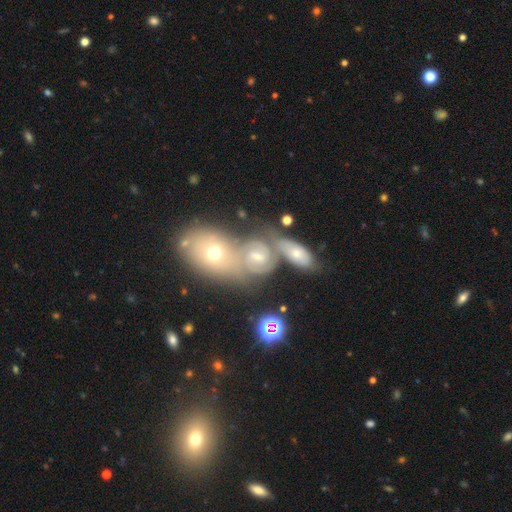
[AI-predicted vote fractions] smooth-or-featured: featured or disk: 51% | smooth: 30% | star or artifact: 19%
  disk-edge-on: no: 90% | yes: 10%
  merging: merger: 44% | none: 38% | minor disturbance: 11% | major disturbance: 7%